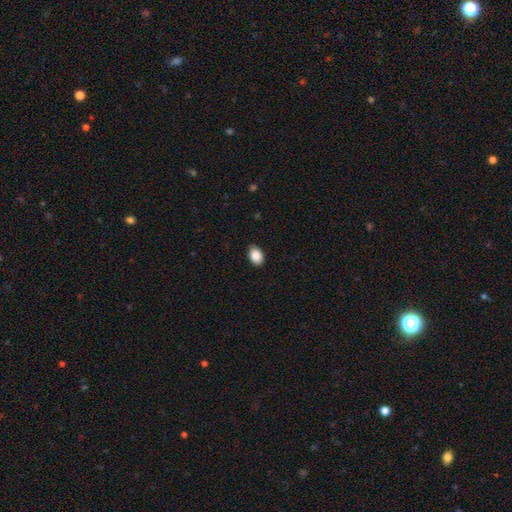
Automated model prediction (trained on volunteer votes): Overall: smooth (89%). How rounded: in between (82%). Merging: none (87%).